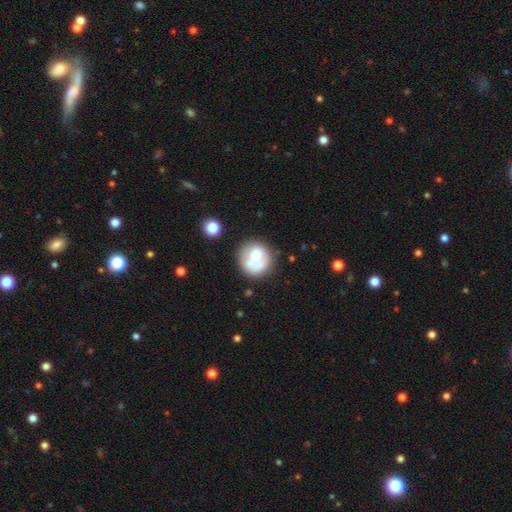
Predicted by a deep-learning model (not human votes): Smooth or featured?
  - smooth: 60% *
  - featured or disk: 32%
  - star or artifact: 9%
How rounded?
  - round: 84% *
  - in between: 15%
  - cigar-shaped: 1%
Merging?
  - none: 51% *
  - merger: 21%
  - minor disturbance: 18%
  - major disturbance: 11%